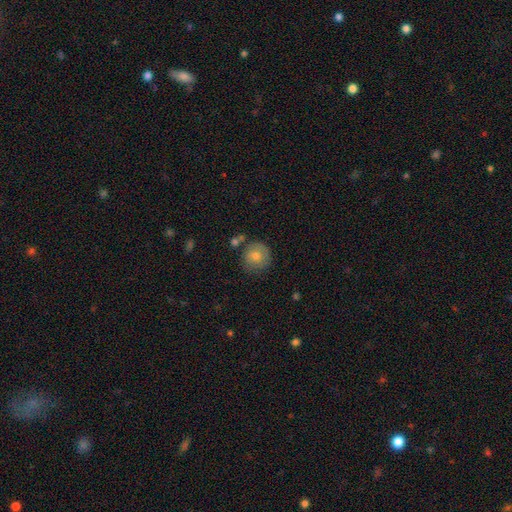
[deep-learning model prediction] This is likely a smooth galaxy (69%). How rounded: clearly round (93%). Merging: likely none (77%).